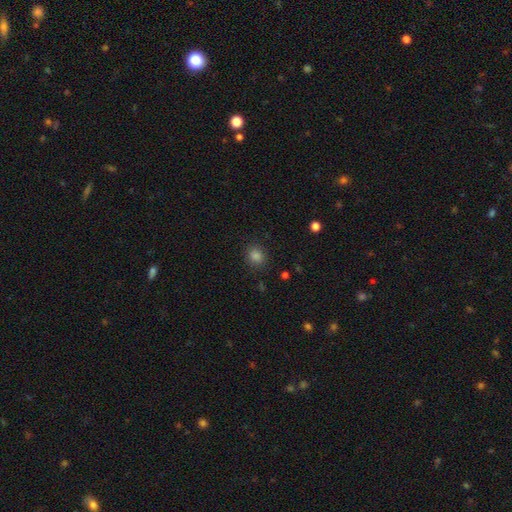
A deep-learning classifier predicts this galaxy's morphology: Smooth or featured: smooth — 83% (star or artifact — 13%)
How rounded: round — 75% (in between — 24%)
Merging: none — 87% (minor disturbance — 9%)